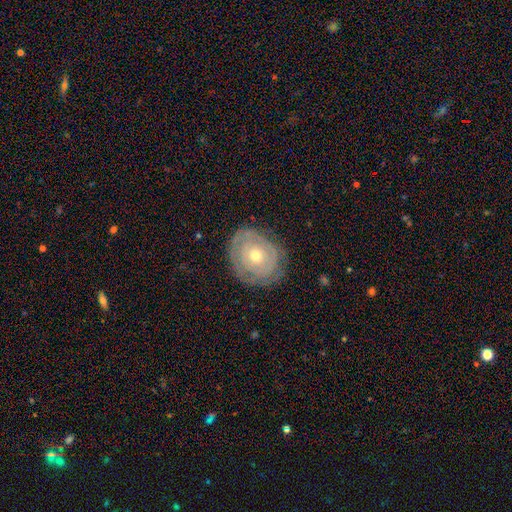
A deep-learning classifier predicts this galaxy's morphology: smooth_or_featured: featured or disk (p=0.70) [alt: smooth p=0.24]
disk_edge_on: no (p=0.96) [alt: yes p=0.04]
bar: no (p=0.86) [alt: weak p=0.11]
has_spiral_arms: yes (p=0.66) [alt: no p=0.34]
bulge_size: moderate (p=0.53) [alt: small p=0.44]
merging: none (p=0.78) [alt: minor disturbance p=0.15]